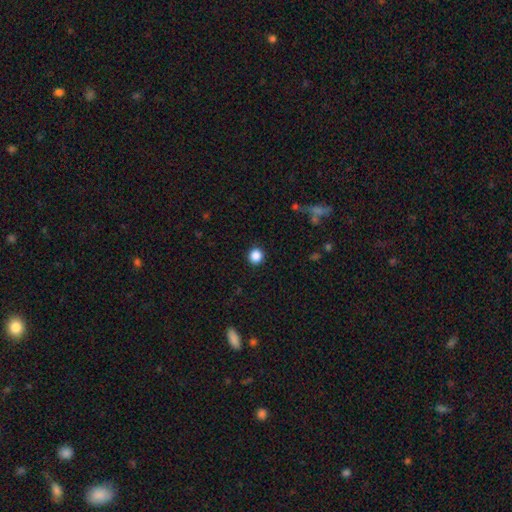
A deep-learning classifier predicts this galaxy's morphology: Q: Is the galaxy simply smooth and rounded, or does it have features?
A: smooth — 87%.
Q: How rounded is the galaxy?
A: round — 91%.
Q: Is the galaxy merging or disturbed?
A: none — 92%.